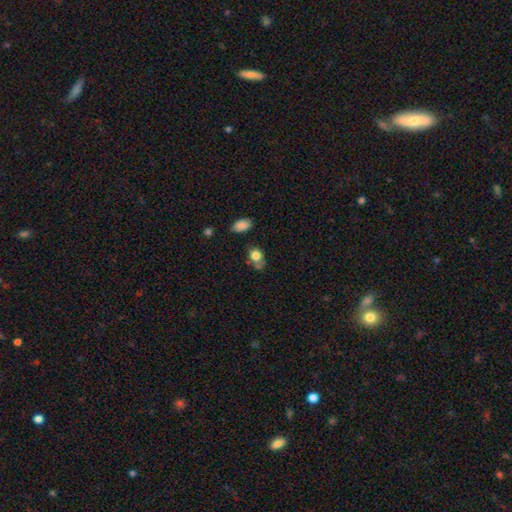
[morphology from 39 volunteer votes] Q: Smooth or featured?
A: smooth (77%); runner-up: featured or disk (13%)
Q: How rounded?
A: round (73%); runner-up: in between (23%)
Q: Merging?
A: none (57%); runner-up: merger (17%)